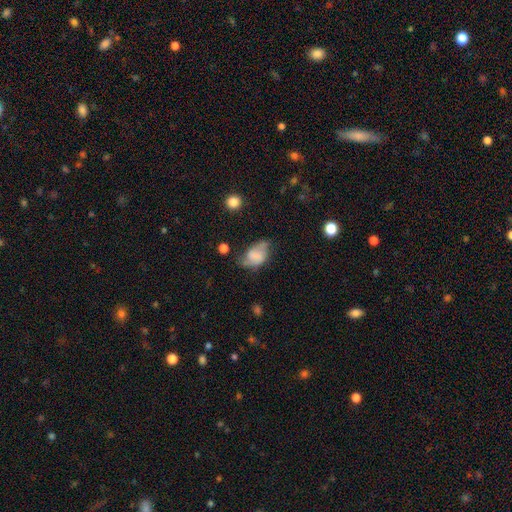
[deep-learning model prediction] The model was most divided on "merging": none: 39%, minor disturbance: 34%, major disturbance: 21%, merger: 6%. More confident: how rounded — in between (85%); smooth or featured — smooth (56%).